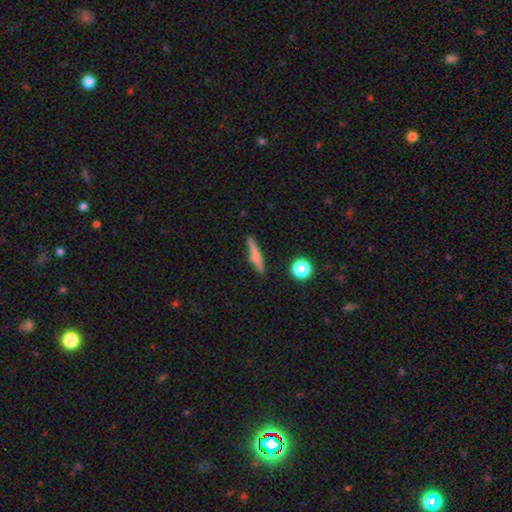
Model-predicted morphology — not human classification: Smooth or featured?
  - smooth: 58% *
  - featured or disk: 33%
  - star or artifact: 8%
How rounded?
  - cigar-shaped: 88% *
  - in between: 8%
  - round: 4%
Merging?
  - none: 77% *
  - minor disturbance: 16%
  - major disturbance: 4%
  - merger: 4%